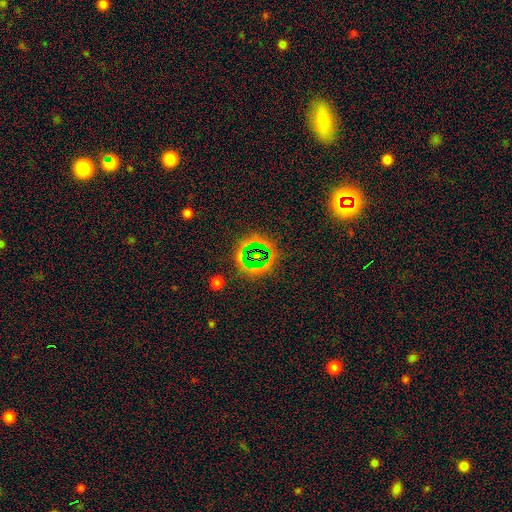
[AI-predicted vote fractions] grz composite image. It shows a star or artifact, not a galaxy (71%).